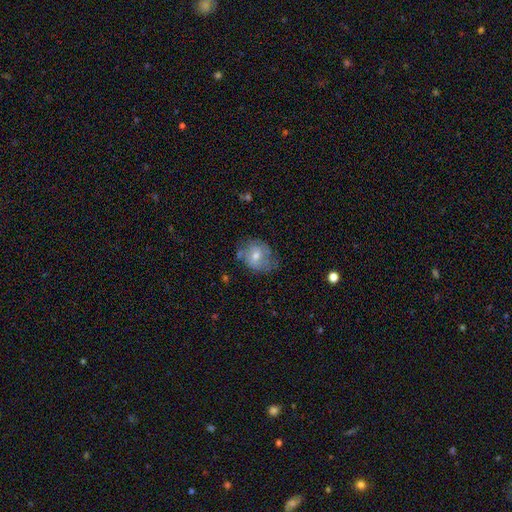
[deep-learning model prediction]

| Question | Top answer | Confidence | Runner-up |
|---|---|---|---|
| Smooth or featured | featured or disk | 50% | smooth (40%) |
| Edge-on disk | no | 96% | yes (4%) |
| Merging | none | 55% | minor disturbance (28%) |